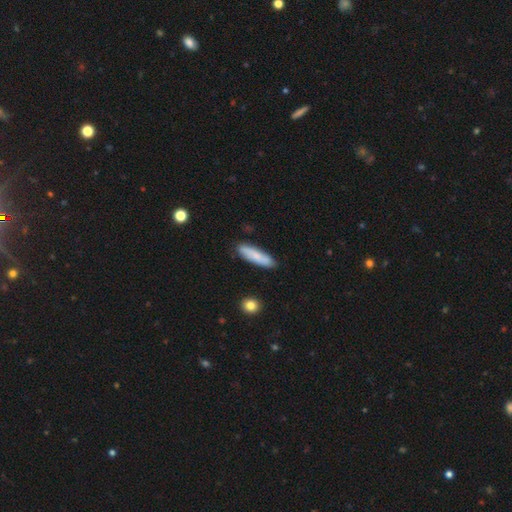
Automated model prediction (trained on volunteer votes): A smooth galaxy with no disk features (77%) that is cigar-shaped (72%).

Vote fractions:
- Smooth or featured? smooth: 77% / featured or disk: 17% / star or artifact: 6%
- How rounded? cigar-shaped: 72% / in between: 26% / round: 2%
- Merging? none: 85% / minor disturbance: 11% / major disturbance: 2% / merger: 2%